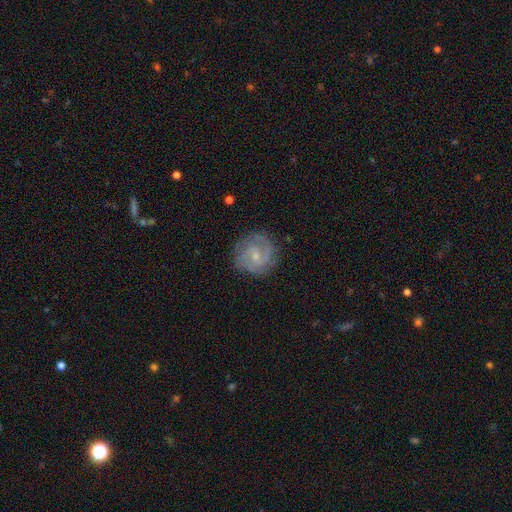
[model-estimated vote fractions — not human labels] Smooth or featured?
  - featured or disk: 79% *
  - smooth: 15%
  - star or artifact: 6%
Edge-on disk?
  - no: 98% *
  - yes: 2%
Bar?
  - no: 58% *
  - weak: 36%
  - strong: 6%
Spiral arms?
  - yes: 95% *
  - no: 5%
Spiral winding?
  - tight: 53% *
  - medium: 38%
  - loose: 9%
Spiral arm count?
  - 2: 42% *
  - 3: 24%
  - can't tell: 20%
  - 4: 6%
  - 1: 4%
  - more than 4: 4%
Bulge size?
  - small: 70% *
  - moderate: 24%
  - none: 4%
  - large: 1%
  - dominant: 1%
Merging?
  - none: 79% *
  - minor disturbance: 15%
  - major disturbance: 5%
  - merger: 1%